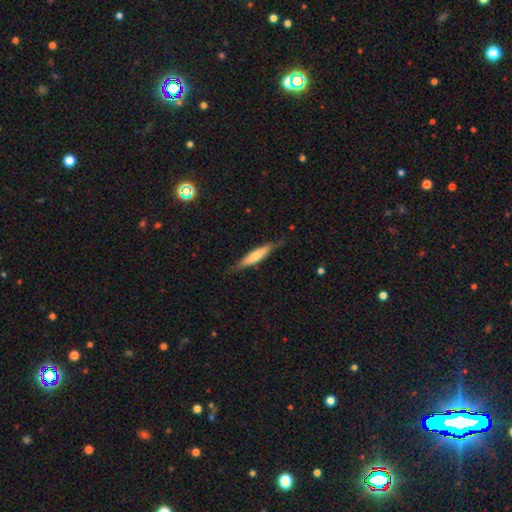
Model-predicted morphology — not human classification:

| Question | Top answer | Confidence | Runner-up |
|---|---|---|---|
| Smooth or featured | smooth | 53% | featured or disk (41%) |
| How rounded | cigar-shaped | 83% | in between (16%) |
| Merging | none | 77% | minor disturbance (18%) |